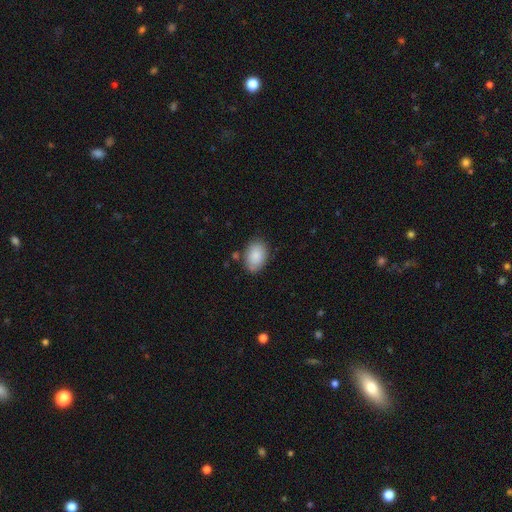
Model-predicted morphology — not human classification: type=smooth (85%); roundness=in between (87%); merging=none (78%).